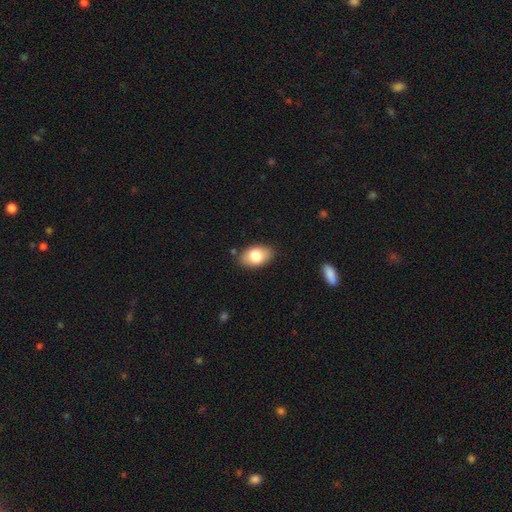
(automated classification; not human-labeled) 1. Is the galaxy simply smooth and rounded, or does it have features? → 78% smooth, 15% featured or disk, 7% star or artifact.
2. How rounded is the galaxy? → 91% in between, 8% round, 1% cigar-shaped.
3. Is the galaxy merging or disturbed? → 83% none, 12% minor disturbance, 3% major disturbance, 2% merger.